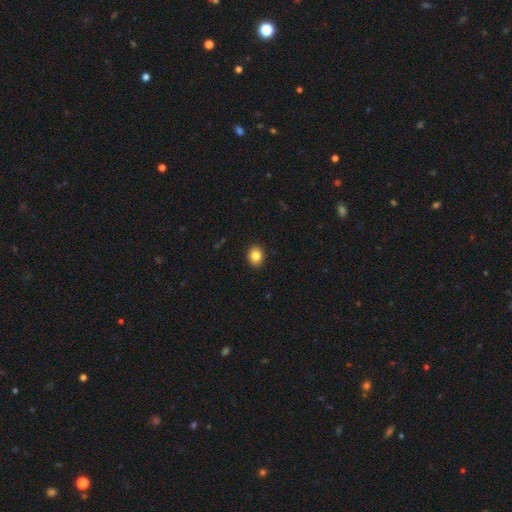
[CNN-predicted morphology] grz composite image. It shows a smooth galaxy with no disk features (85%) that is round (51%). Merging: none (91%).